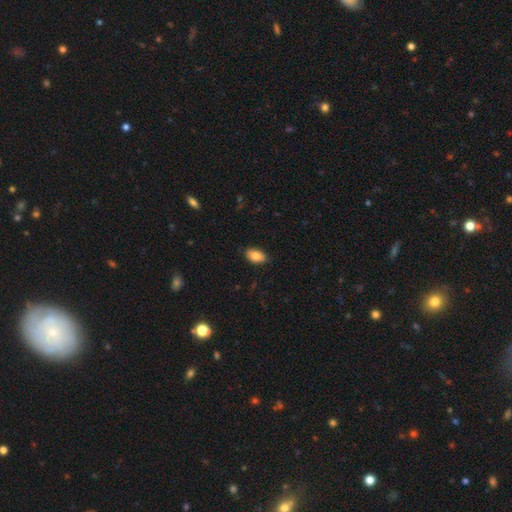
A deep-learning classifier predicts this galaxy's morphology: type=smooth (84%); roundness=in between (92%); merging=none (84%).